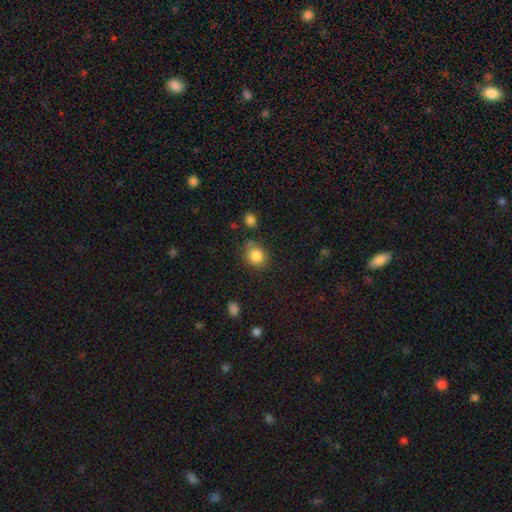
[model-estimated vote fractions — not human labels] Q: Smooth or featured?
A: smooth (85%); runner-up: star or artifact (10%)
Q: How rounded?
A: round (76%); runner-up: in between (23%)
Q: Merging?
A: none (75%); runner-up: minor disturbance (15%)